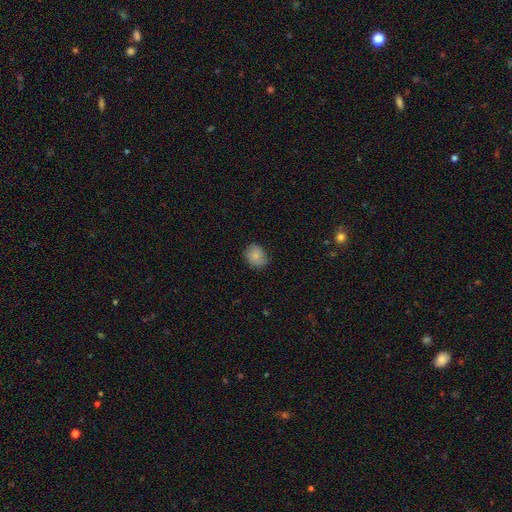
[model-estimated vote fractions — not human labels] Smooth or featured: smooth — 83% (featured or disk — 9%)
How rounded: round — 60% (in between — 39%)
Merging: none — 77% (minor disturbance — 18%)